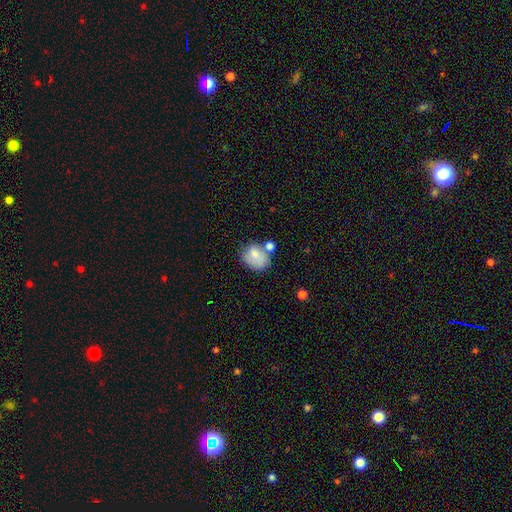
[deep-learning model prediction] Smooth or featured?
  - smooth: 74% *
  - featured or disk: 17%
  - star or artifact: 8%
How rounded?
  - round: 51% *
  - in between: 48%
  - cigar-shaped: 1%
Merging?
  - none: 43% *
  - merger: 24%
  - minor disturbance: 23%
  - major disturbance: 10%